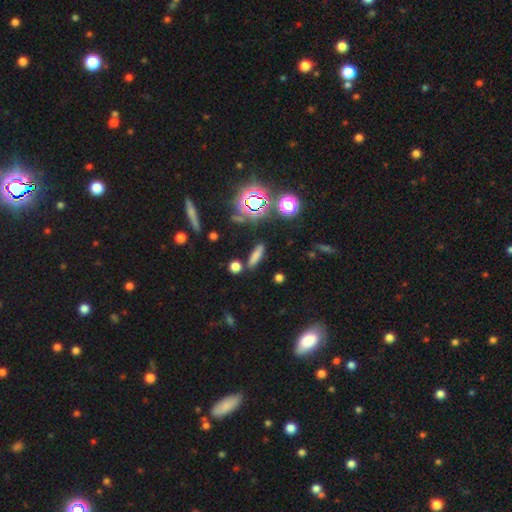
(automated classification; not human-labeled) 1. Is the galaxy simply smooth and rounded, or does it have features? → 72% smooth, 17% star or artifact, 11% featured or disk.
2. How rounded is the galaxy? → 73% cigar-shaped, 22% in between, 5% round.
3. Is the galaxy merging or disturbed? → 82% none, 9% minor disturbance, 6% merger, 3% major disturbance.